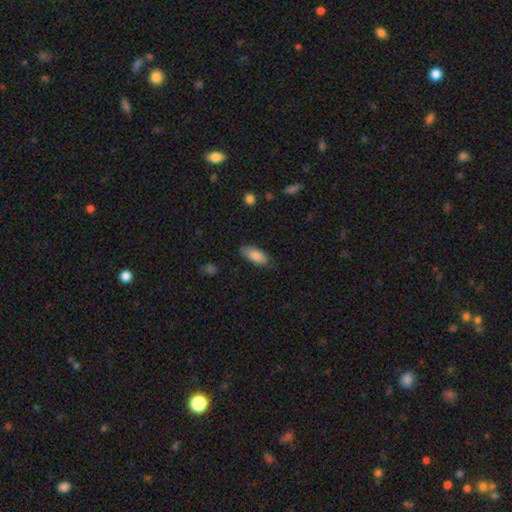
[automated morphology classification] Smooth or featured? smooth (85%)
How rounded? in between (83%)
Merging? none (79%)